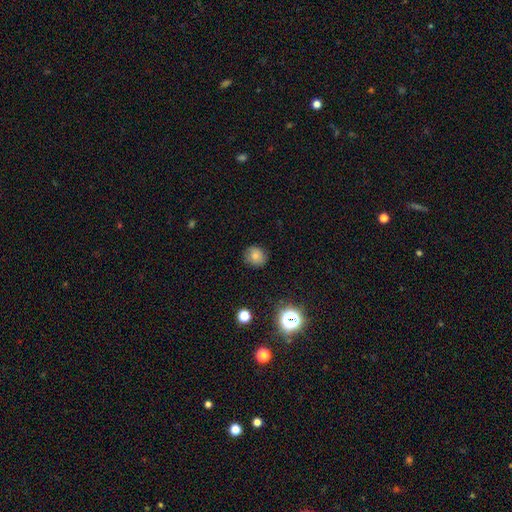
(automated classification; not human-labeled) Overall: smooth (77%). How rounded: round (82%). Merging: none (84%).